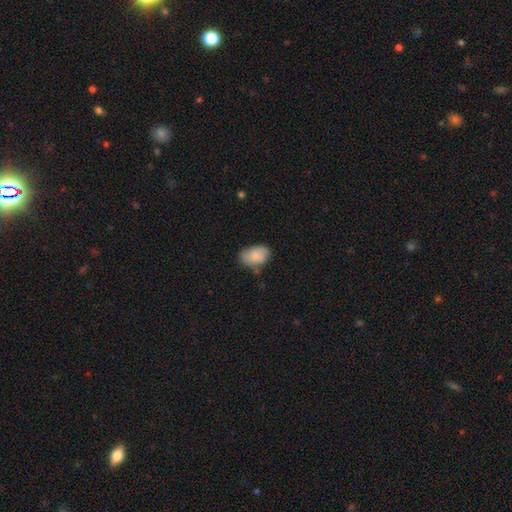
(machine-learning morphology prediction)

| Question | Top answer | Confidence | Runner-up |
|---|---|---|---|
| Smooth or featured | smooth | 79% | featured or disk (14%) |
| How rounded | in between | 87% | round (12%) |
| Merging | none | 65% | minor disturbance (27%) |